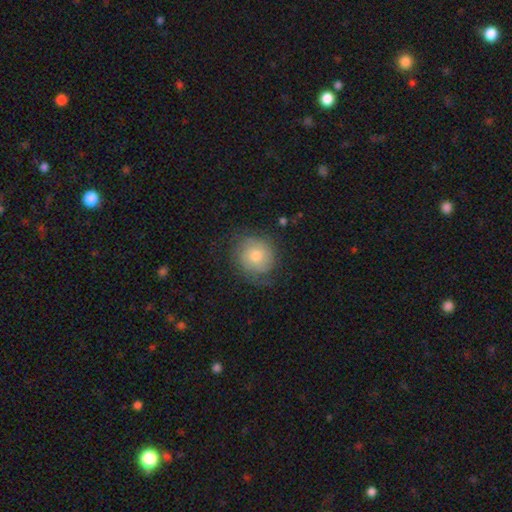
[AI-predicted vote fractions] smooth_or_featured: smooth (p=0.49) [alt: featured or disk p=0.43]
merging: none (p=0.69) [alt: minor disturbance p=0.20]